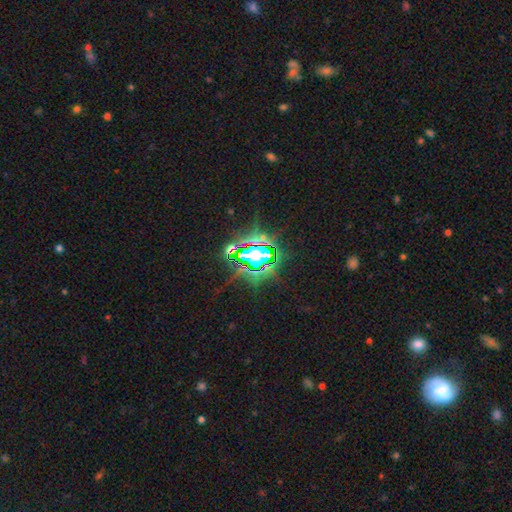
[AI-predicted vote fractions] Smooth or featured?
  - star or artifact: 80% *
  - featured or disk: 10%
  - smooth: 10%